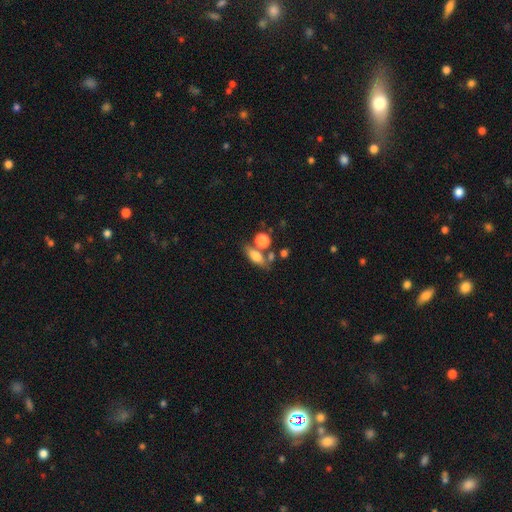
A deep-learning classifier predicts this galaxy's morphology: A smooth galaxy with no disk features (71%) that is in between round and cigar-shaped (67%).

Vote fractions:
- Smooth or featured? smooth: 71% / featured or disk: 19% / star or artifact: 10%
- How rounded? in between: 67% / cigar-shaped: 19% / round: 13%
- Merging? none: 57% / merger: 22% / minor disturbance: 15% / major disturbance: 7%